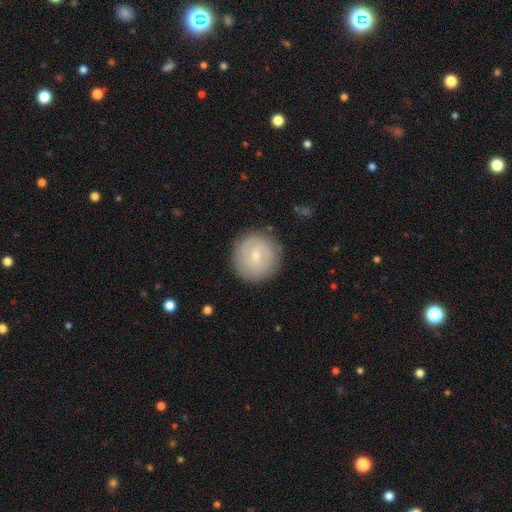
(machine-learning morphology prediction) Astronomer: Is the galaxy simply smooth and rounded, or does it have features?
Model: featured or disk — 47%, tied with smooth at 47%.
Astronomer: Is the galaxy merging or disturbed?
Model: none — 86%.